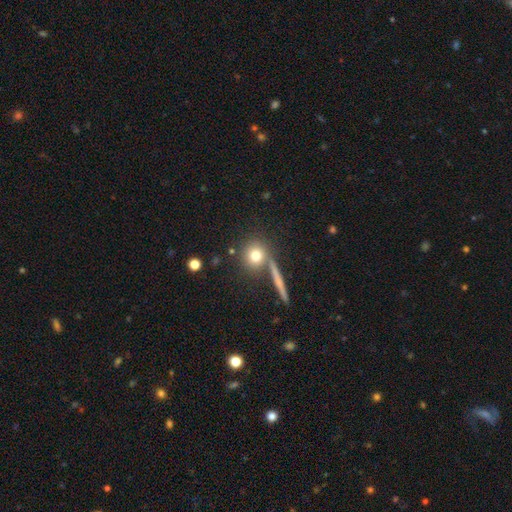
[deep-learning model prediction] This is likely a smooth galaxy (75%). How rounded: clearly round (89%). Merging: likely none (73%).